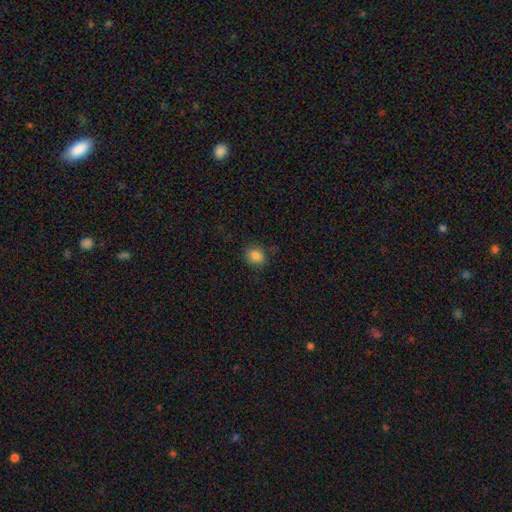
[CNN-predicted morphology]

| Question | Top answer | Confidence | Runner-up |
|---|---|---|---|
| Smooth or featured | smooth | 84% | star or artifact (12%) |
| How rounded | round | 70% | in between (29%) |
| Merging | none | 83% | minor disturbance (13%) |